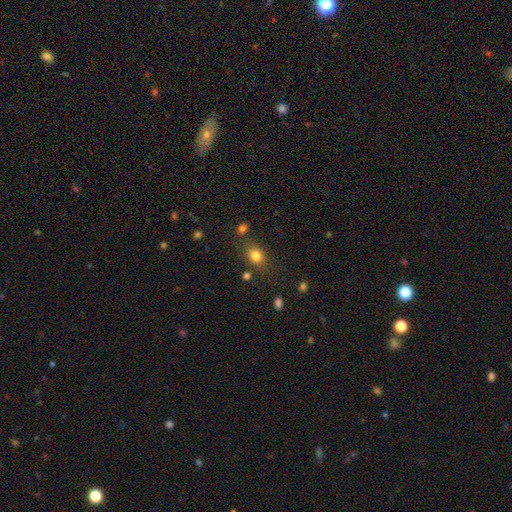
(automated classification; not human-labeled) A smooth galaxy with no disk features (81%) that is in between round and cigar-shaped (58%).

Vote fractions:
- Smooth or featured? smooth: 81% / star or artifact: 12% / featured or disk: 7%
- How rounded? in between: 58% / round: 41% / cigar-shaped: 1%
- Merging? none: 74% / minor disturbance: 14% / merger: 7% / major disturbance: 5%